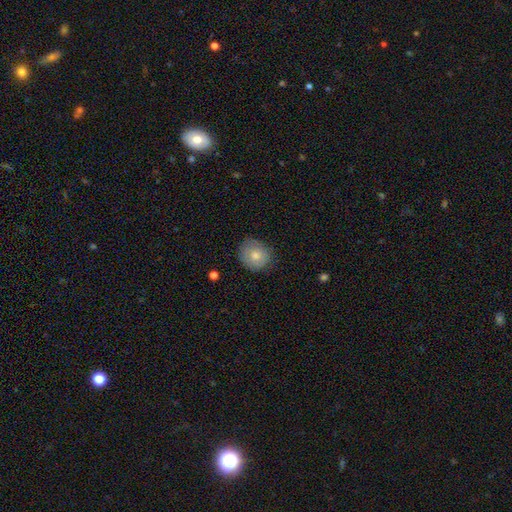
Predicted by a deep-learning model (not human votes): This appears to be a smooth galaxy with no disk features (74%) that is round (83%). Merging: none (75%).